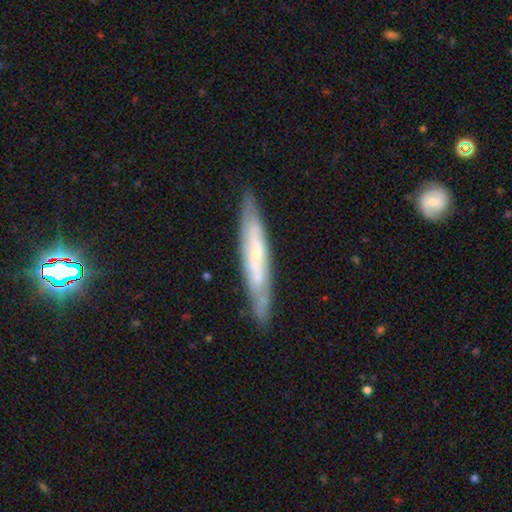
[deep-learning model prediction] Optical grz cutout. It shows a featured or disk galaxy (63%) viewed edge-on (71%). Merging: none (83%).